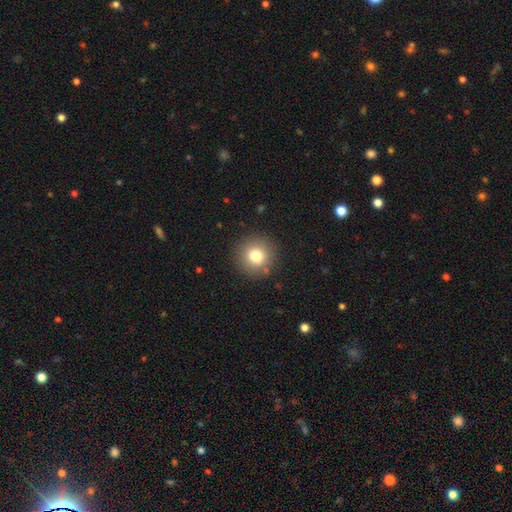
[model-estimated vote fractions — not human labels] Smooth or featured? Predicted: smooth (p=0.77). How rounded? Predicted: round (p=0.94). Merging? Predicted: none (p=0.89).